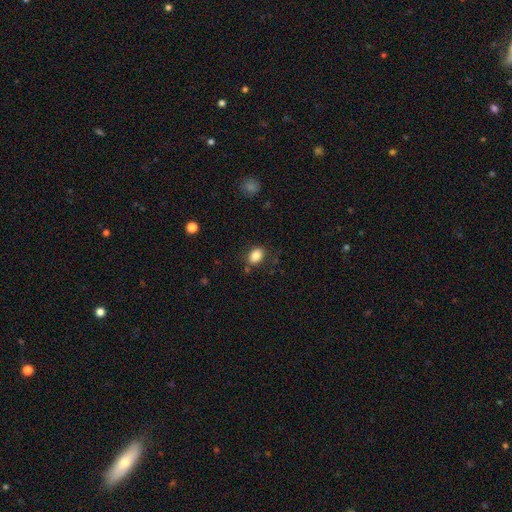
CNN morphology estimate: Smooth or featured? Predicted: smooth (p=0.84). How rounded? Predicted: in between (p=0.73). Merging? Predicted: none (p=0.81).